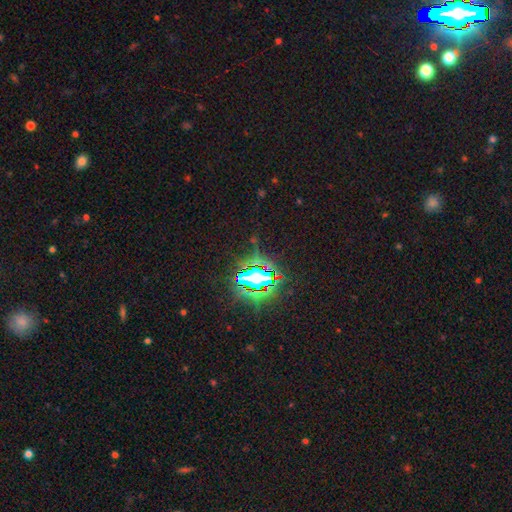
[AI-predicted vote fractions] A star or artifact, not a galaxy (81%).